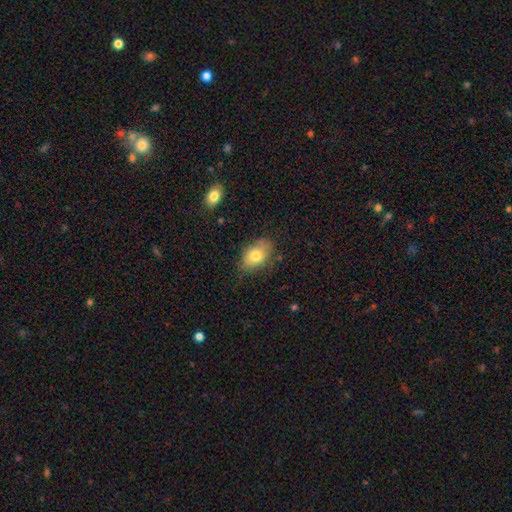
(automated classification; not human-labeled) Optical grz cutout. It shows a smooth galaxy with no disk features (77%) that is in between round and cigar-shaped (86%). Merging: none (70%).